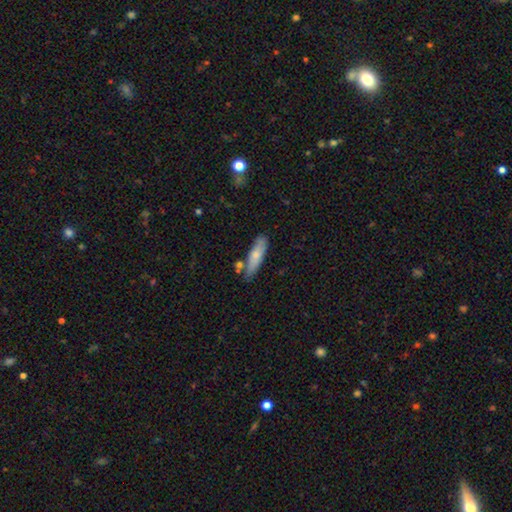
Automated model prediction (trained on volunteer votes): A smooth galaxy with no disk features (73%) that is cigar-shaped (62%).

Vote fractions:
- Smooth or featured? smooth: 73% / featured or disk: 21% / star or artifact: 6%
- How rounded? cigar-shaped: 62% / in between: 36% / round: 2%
- Merging? none: 75% / minor disturbance: 16% / merger: 6% / major disturbance: 3%